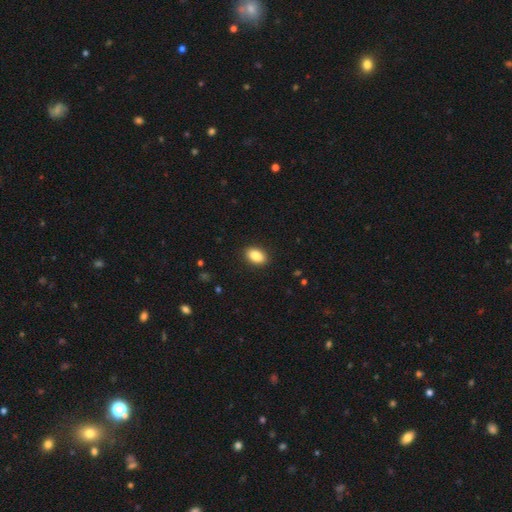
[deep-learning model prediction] Smooth or featured?
  - smooth: 88% *
  - star or artifact: 7%
  - featured or disk: 4%
How rounded?
  - in between: 91% *
  - round: 7%
  - cigar-shaped: 2%
Merging?
  - none: 90% *
  - minor disturbance: 7%
  - major disturbance: 2%
  - merger: 1%